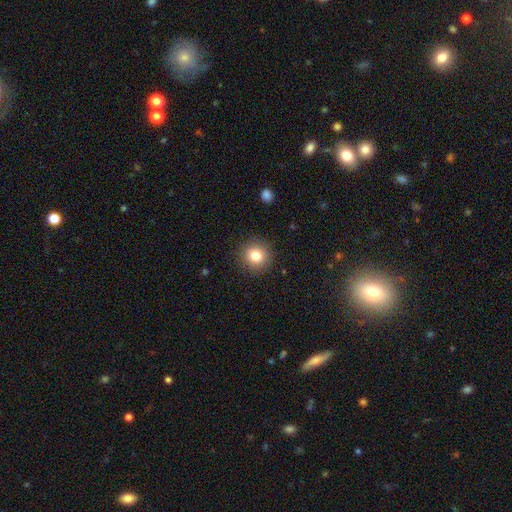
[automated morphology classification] This is clearly a smooth galaxy (81%). How rounded: clearly round (93%). Merging: clearly none (90%).